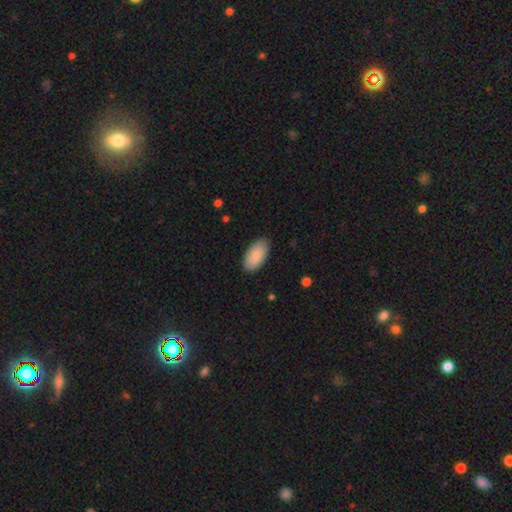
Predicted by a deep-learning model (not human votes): Smooth or featured: smooth — 89% (star or artifact — 5%)
How rounded: in between — 95% (cigar-shaped — 3%)
Merging: none — 87% (minor disturbance — 10%)